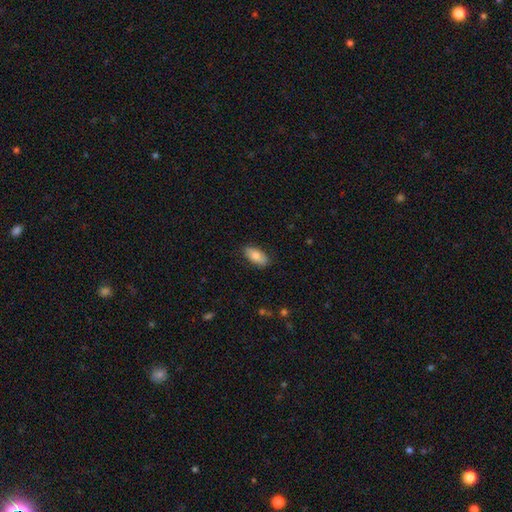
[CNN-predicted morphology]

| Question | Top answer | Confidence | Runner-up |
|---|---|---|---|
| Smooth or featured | smooth | 80% | featured or disk (14%) |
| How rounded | in between | 92% | cigar-shaped (6%) |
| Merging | none | 84% | minor disturbance (12%) |